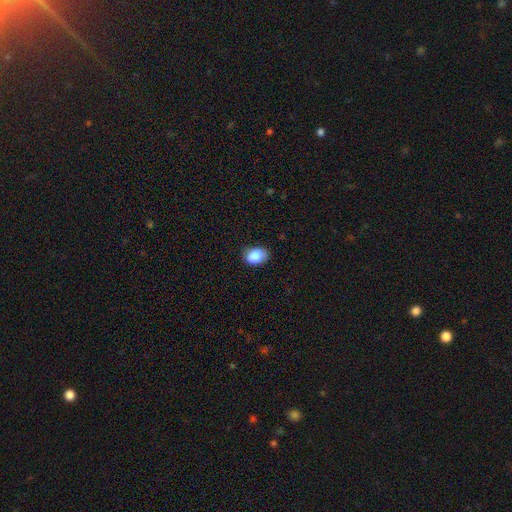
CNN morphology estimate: Overall: smooth (84%). How rounded: in between (79%). Merging: none (76%).